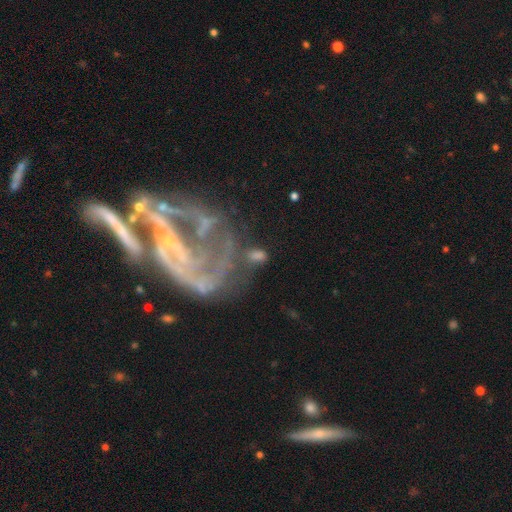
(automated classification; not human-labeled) Q: Smooth or featured?
A: featured or disk (72%); runner-up: star or artifact (15%)
Q: Edge-on disk?
A: no (96%); runner-up: yes (4%)
Q: Bar?
A: no (41%); runner-up: weak (31%)
Q: Spiral arms?
A: yes (76%); runner-up: no (24%)
Q: Spiral winding?
A: medium (39%); runner-up: tight (32%)
Q: Spiral arm count?
A: 2 (36%); runner-up: can't tell (25%)
Q: Bulge size?
A: small (54%); runner-up: none (30%)
Q: Merging?
A: none (40%); runner-up: major disturbance (32%)